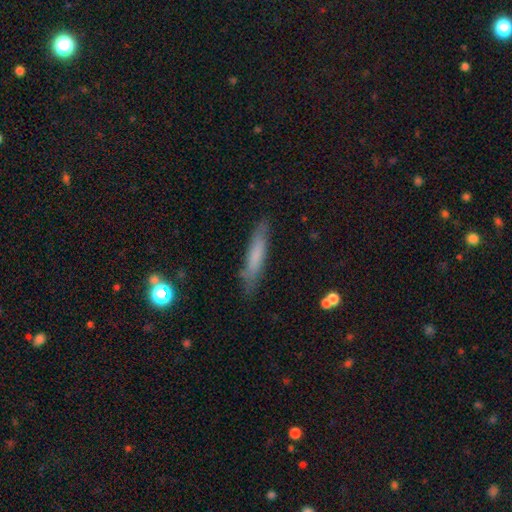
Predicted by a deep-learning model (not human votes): Smooth or featured? Predicted: smooth (p=0.64). How rounded? Predicted: cigar-shaped (p=0.87). Merging? Predicted: none (p=0.80).